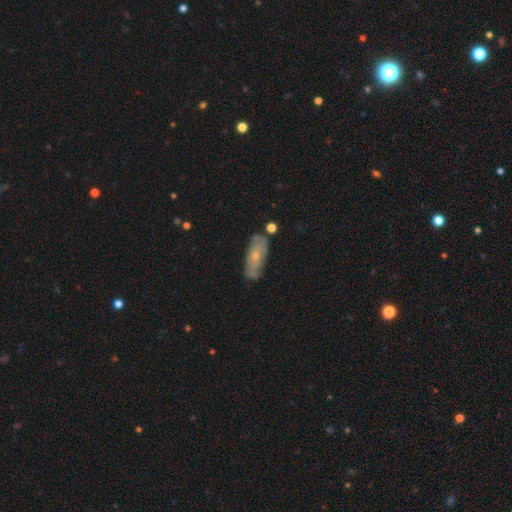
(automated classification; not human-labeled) This appears to be a featured or disk galaxy (60%) with no bar (79%), spiral arms (75%) and a small central bulge (69%). Merging: none (68%).